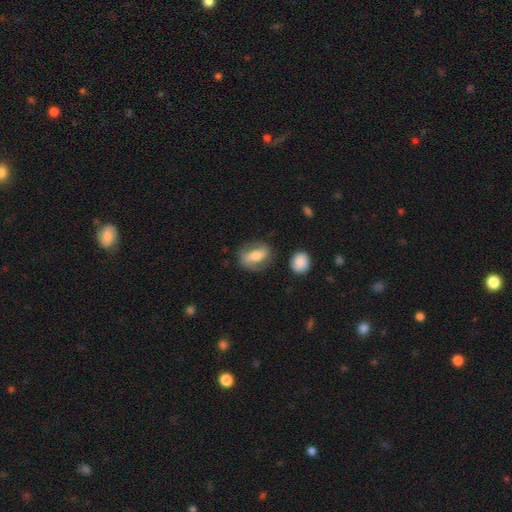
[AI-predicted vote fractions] smooth-or-featured: featured or disk: 52% | smooth: 41% | star or artifact: 7%
  disk-edge-on: no: 91% | yes: 9%
  merging: none: 75% | minor disturbance: 16% | major disturbance: 6% | merger: 3%